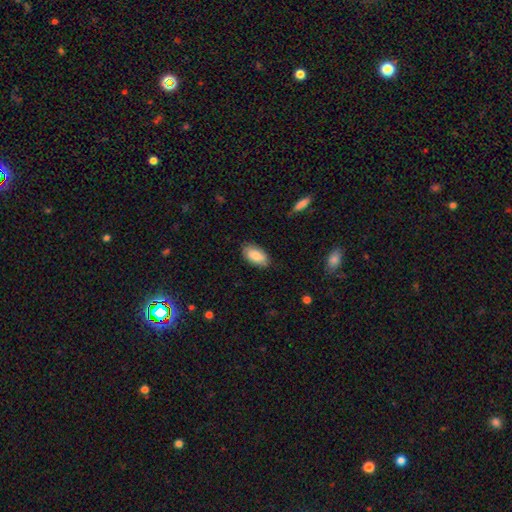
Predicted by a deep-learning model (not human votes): Smooth or featured: smooth — 84% (featured or disk — 9%)
How rounded: in between — 94% (cigar-shaped — 4%)
Merging: none — 83% (minor disturbance — 14%)